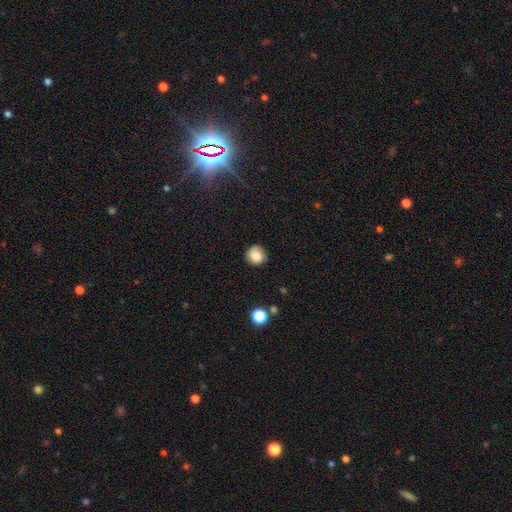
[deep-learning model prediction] Morphology: type=smooth (82%); roundness=round (91%); merging=none (82%).